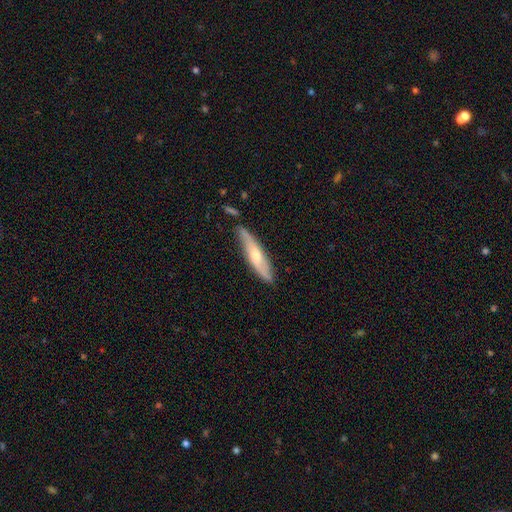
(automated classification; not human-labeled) Q: Smooth or featured?
A: featured or disk (53%); runner-up: smooth (42%)
Q: Edge-on disk?
A: yes (61%); runner-up: no (39%)
Q: Merging?
A: none (70%); runner-up: minor disturbance (22%)